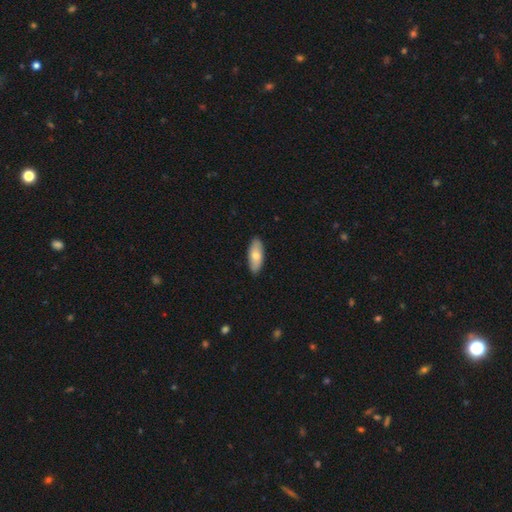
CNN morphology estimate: type=smooth (74%); roundness=in between (82%); merging=none (89%).